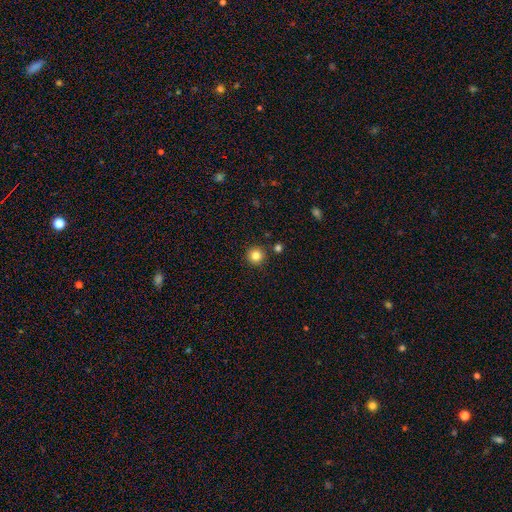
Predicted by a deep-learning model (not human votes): smooth_or_featured: smooth (p=0.83) [alt: star or artifact p=0.12]
how_rounded: round (p=0.96) [alt: in between p=0.04]
merging: none (p=0.89) [alt: minor disturbance p=0.06]